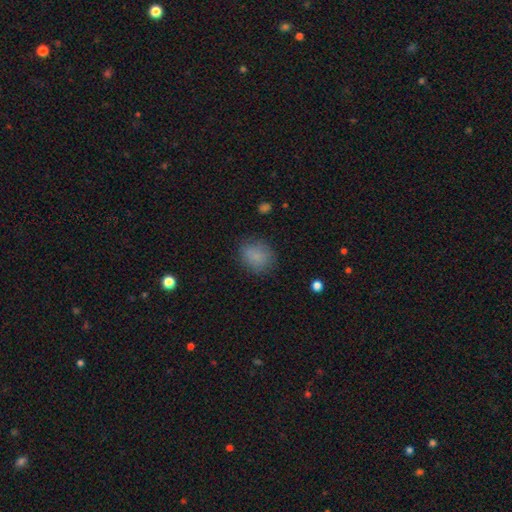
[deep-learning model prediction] Smooth or featured: smooth — 83% (star or artifact — 11%)
How rounded: round — 66% (in between — 33%)
Merging: none — 81% (minor disturbance — 14%)